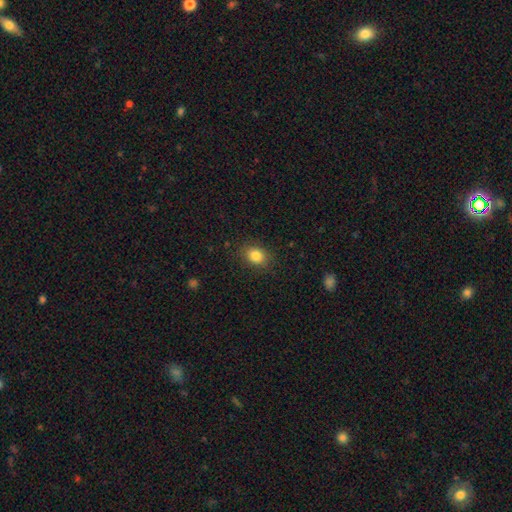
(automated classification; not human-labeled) Smooth or featured? Predicted: smooth (p=0.84). How rounded? Predicted: in between (p=0.55). Merging? Predicted: none (p=0.87).